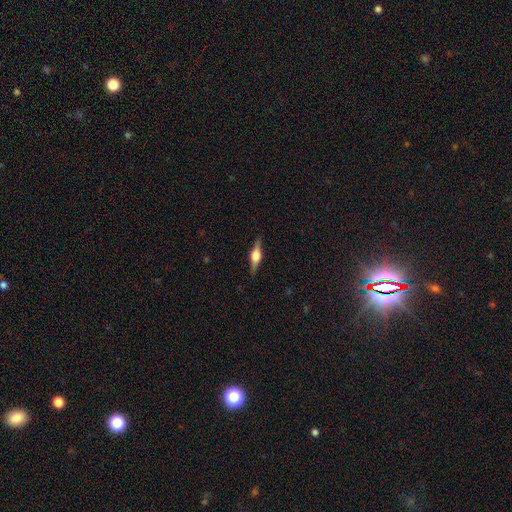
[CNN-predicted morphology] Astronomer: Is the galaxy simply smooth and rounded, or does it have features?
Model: featured or disk — 74%.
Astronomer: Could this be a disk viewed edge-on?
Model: yes — 98%.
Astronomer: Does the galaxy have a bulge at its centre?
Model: rounded — 91%.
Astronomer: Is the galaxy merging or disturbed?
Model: none — 89%.